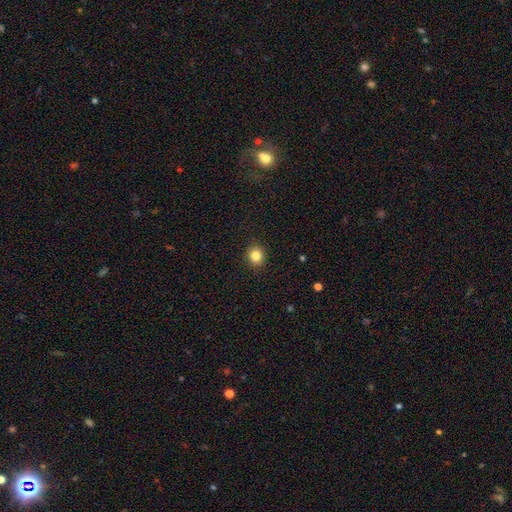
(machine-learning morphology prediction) smooth-or-featured: smooth: 84% | star or artifact: 11% | featured or disk: 5%
  how-rounded: round: 83% | in between: 16% | cigar-shaped: 1%
  merging: none: 92% | minor disturbance: 6% | major disturbance: 2% | merger: 1%